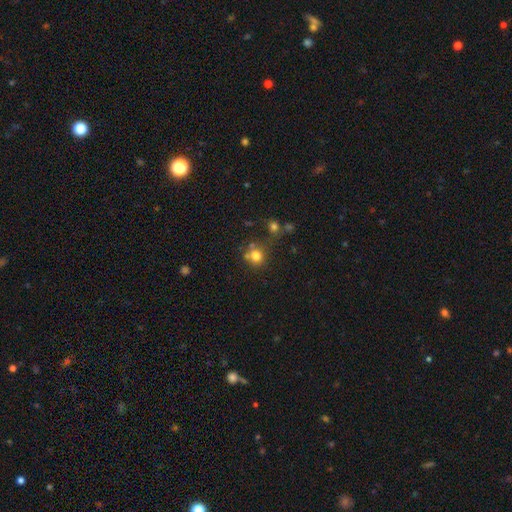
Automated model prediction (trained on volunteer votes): The model was most divided on "merging": none: 60%, merger: 22%, minor disturbance: 13%, major disturbance: 6%. More confident: how rounded — round (87%); smooth or featured — smooth (76%).